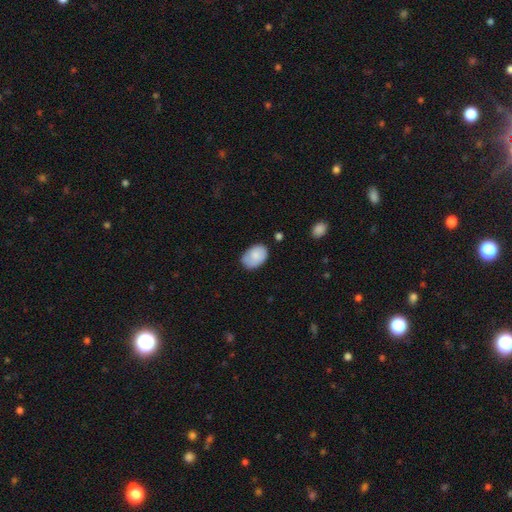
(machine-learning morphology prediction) Overall: smooth (82%). How rounded: in between (86%). Merging: none (71%).